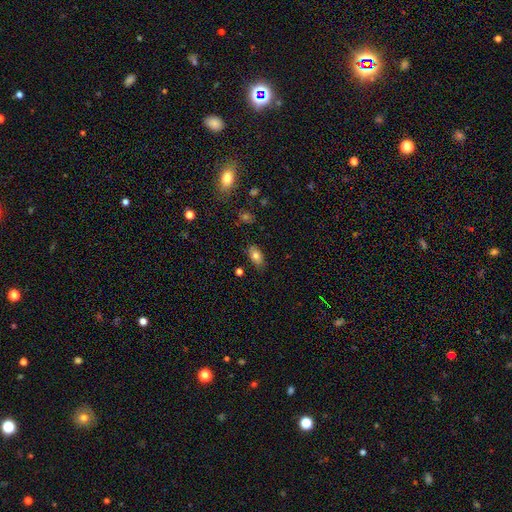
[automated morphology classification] A smooth galaxy with no disk features (77%) that is in between round and cigar-shaped (91%). Merging: none (81%).